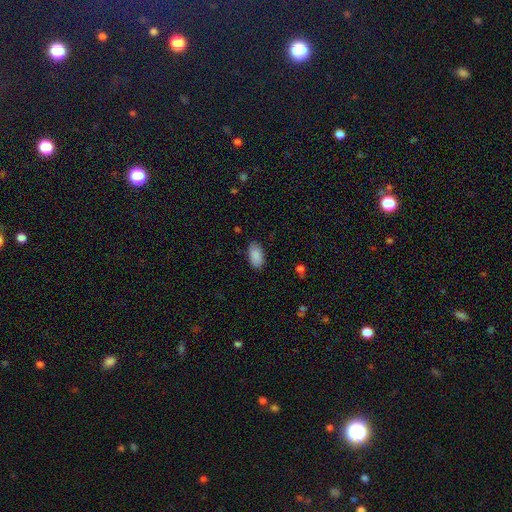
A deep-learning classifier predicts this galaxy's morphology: Smooth or featured?
  - smooth: 89% *
  - star or artifact: 7%
  - featured or disk: 4%
How rounded?
  - in between: 95% *
  - round: 3%
  - cigar-shaped: 2%
Merging?
  - none: 85% *
  - minor disturbance: 11%
  - major disturbance: 3%
  - merger: 1%